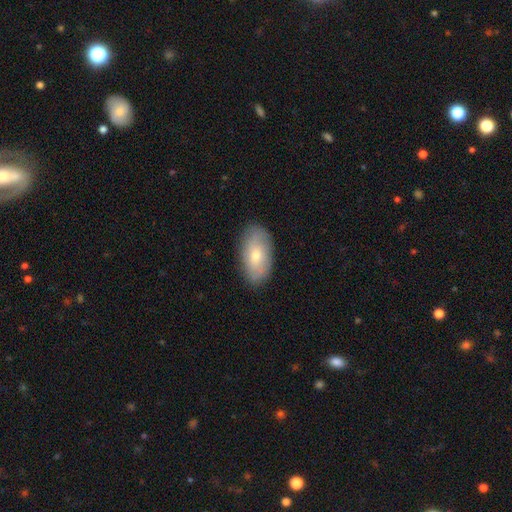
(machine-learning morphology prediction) Smooth or featured: smooth — 64% (featured or disk — 29%)
How rounded: in between — 93% (round — 4%)
Merging: none — 84% (minor disturbance — 12%)